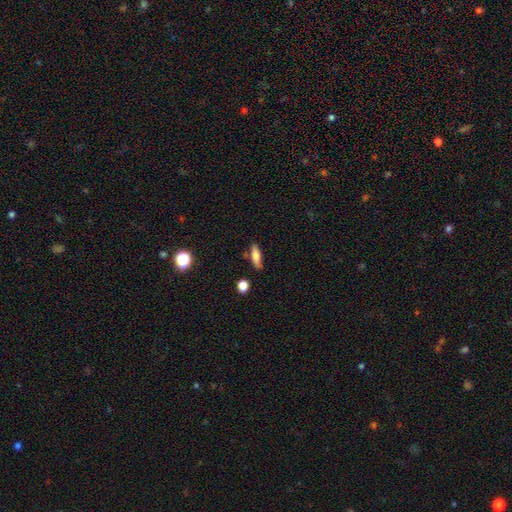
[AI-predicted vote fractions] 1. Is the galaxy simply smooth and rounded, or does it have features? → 72% smooth, 20% featured or disk, 8% star or artifact.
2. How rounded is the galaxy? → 51% cigar-shaped, 46% in between, 3% round.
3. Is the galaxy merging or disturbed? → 75% none, 17% minor disturbance, 4% merger, 4% major disturbance.